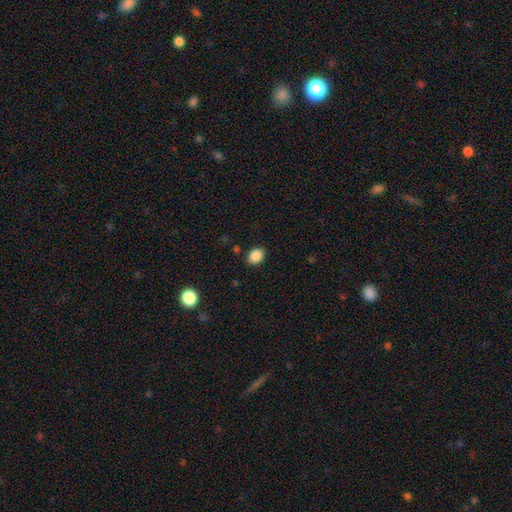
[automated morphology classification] smooth 88%, star or artifact 9%, featured or disk 3%. Down the decision tree: how rounded — in between (60%); merging — none (87%).